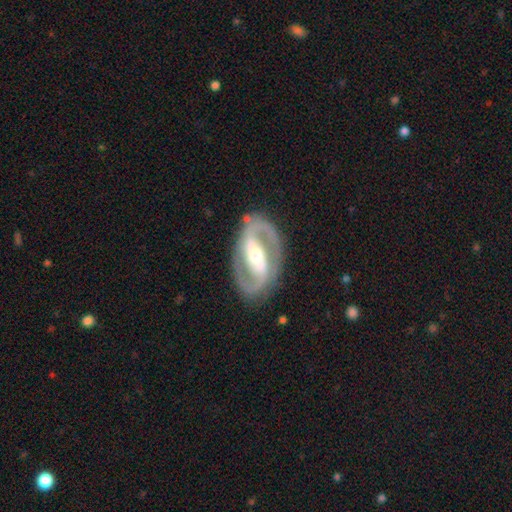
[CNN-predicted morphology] type=featured or disk (90%); edge-on=no (97%); bar=strong (55%); spiral arms=yes (94%); winding=medium (54%); arm count=2 (93%); bulge=moderate (59%); merging=none (85%).